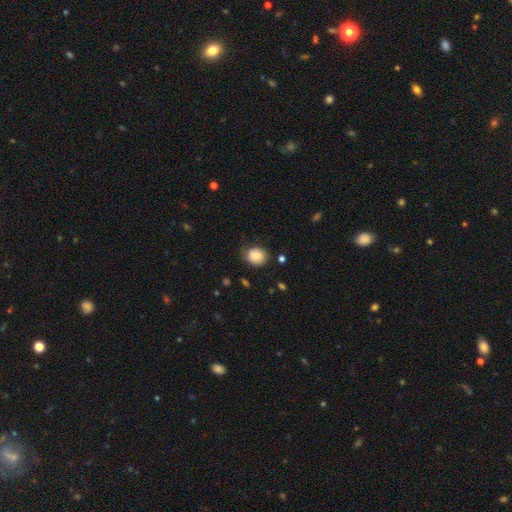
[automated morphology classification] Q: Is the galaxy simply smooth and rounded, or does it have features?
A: smooth — 81%.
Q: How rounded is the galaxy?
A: round — 63%.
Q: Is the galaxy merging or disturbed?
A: none — 64%.